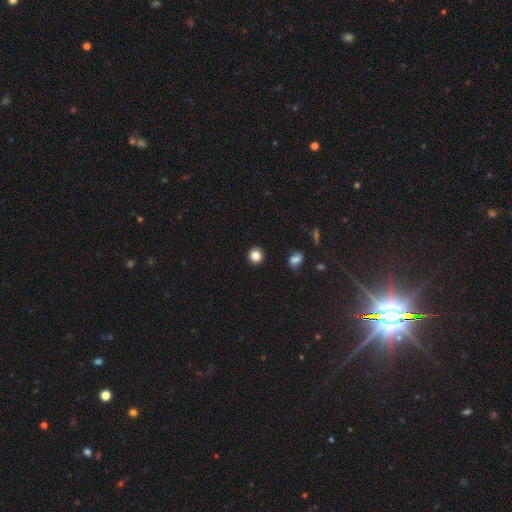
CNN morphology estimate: smooth 84%, star or artifact 11%, featured or disk 5%. Down the decision tree: how rounded — round (89%); merging — none (91%).